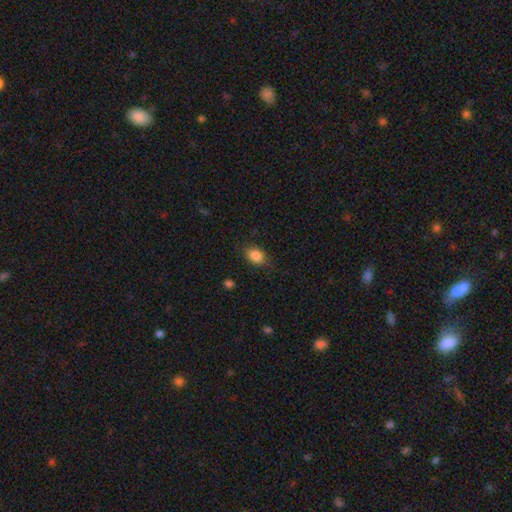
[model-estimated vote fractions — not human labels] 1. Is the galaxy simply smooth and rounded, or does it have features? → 85% smooth, 9% star or artifact, 6% featured or disk.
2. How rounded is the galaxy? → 73% in between, 25% round, 2% cigar-shaped.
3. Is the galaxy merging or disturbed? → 80% none, 15% minor disturbance, 4% major disturbance, 1% merger.